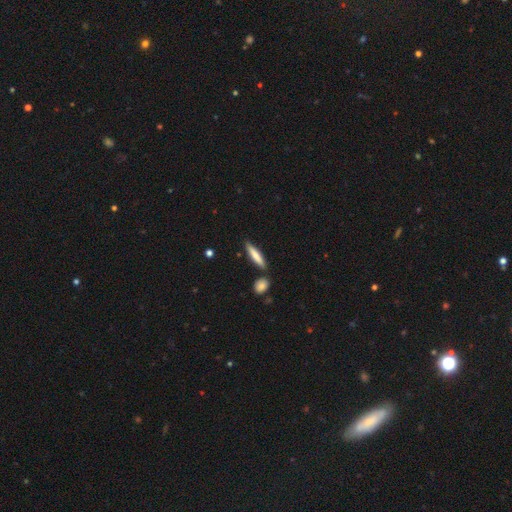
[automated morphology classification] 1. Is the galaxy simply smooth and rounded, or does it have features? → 72% smooth, 22% featured or disk, 6% star or artifact.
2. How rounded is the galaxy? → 86% cigar-shaped, 13% in between, 2% round.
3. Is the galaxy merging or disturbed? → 83% none, 10% minor disturbance, 6% merger, 2% major disturbance.